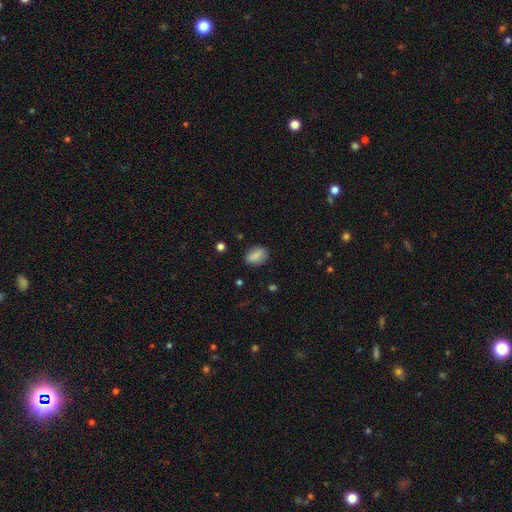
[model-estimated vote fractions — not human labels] The model was most divided on "how rounded": in between: 81%, round: 18%, cigar-shaped: 2%. More confident: smooth or featured — smooth (83%); merging — none (83%).